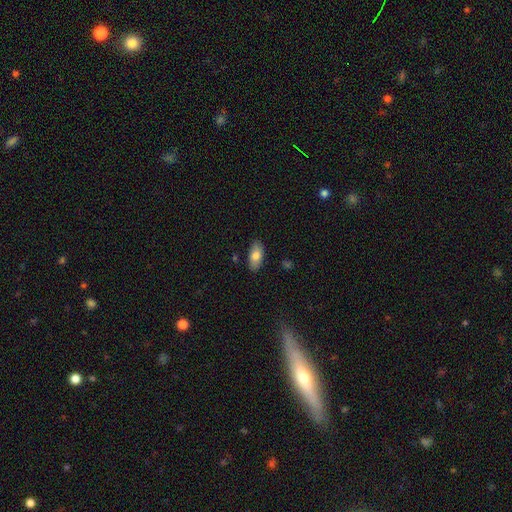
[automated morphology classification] Smooth or featured: smooth — 78% (featured or disk — 15%)
How rounded: in between — 90% (cigar-shaped — 7%)
Merging: none — 85% (minor disturbance — 11%)